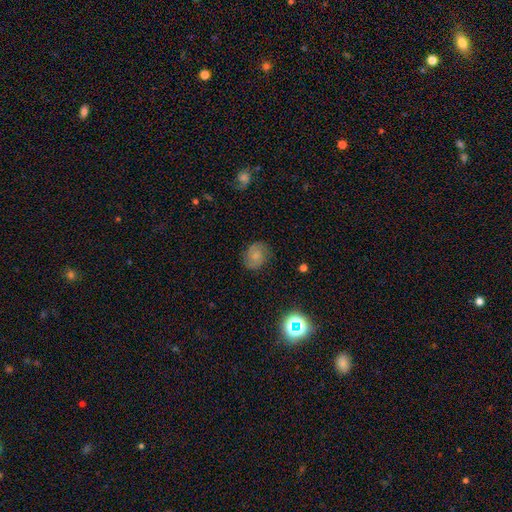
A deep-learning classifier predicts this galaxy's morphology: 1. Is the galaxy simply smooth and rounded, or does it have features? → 45% smooth, 43% featured or disk, 12% star or artifact.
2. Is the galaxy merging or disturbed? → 75% none, 18% minor disturbance, 5% major disturbance, 1% merger.